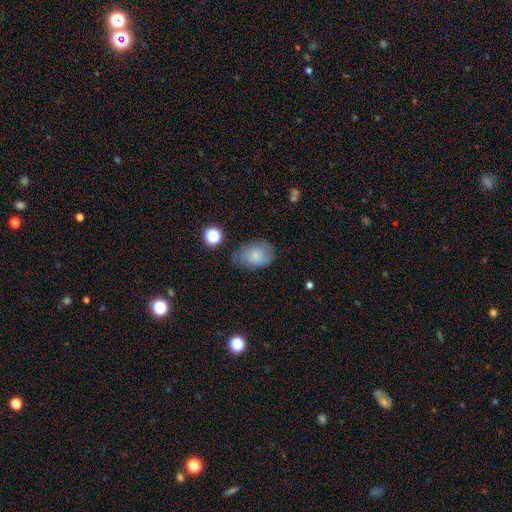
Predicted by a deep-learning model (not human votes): The model was most divided on "merging": none: 59%, minor disturbance: 28%, major disturbance: 10%, merger: 3%. More confident: smooth or featured — smooth (74%); how rounded — in between (72%).